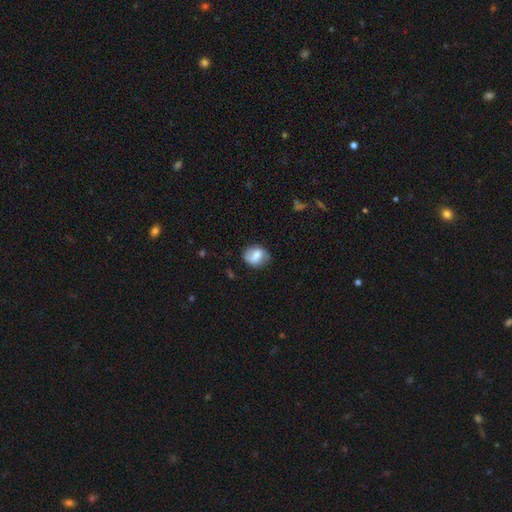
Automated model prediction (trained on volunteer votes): Smooth or featured: smooth — 67% (featured or disk — 25%)
How rounded: round — 58% (in between — 41%)
Merging: none — 67% (minor disturbance — 23%)